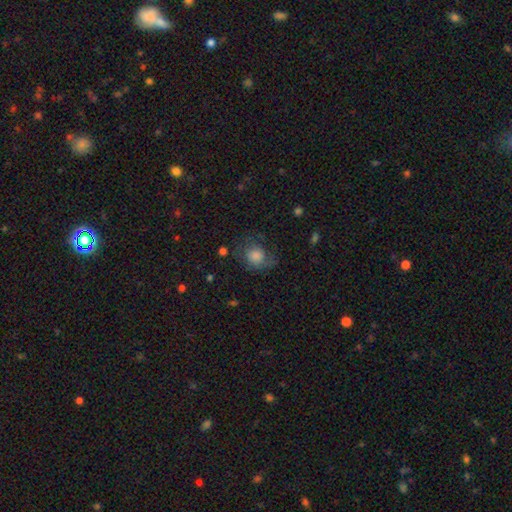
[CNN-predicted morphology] Overall: smooth (65%). How rounded: round (74%). Merging: none (55%; minor disturbance 24%).